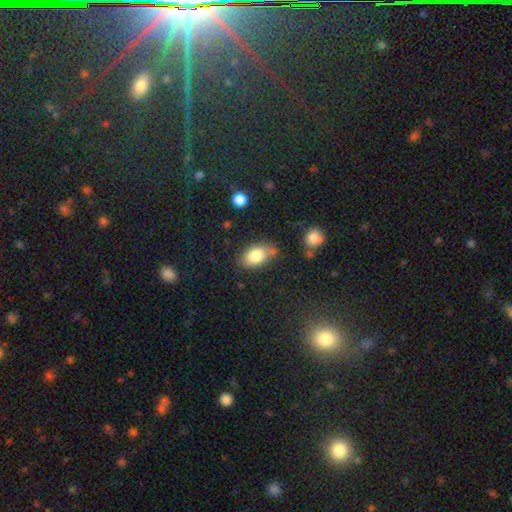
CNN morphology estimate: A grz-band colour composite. It shows a smooth galaxy with no disk features (81%) that is in between round and cigar-shaped (89%). Merging: none (69%).